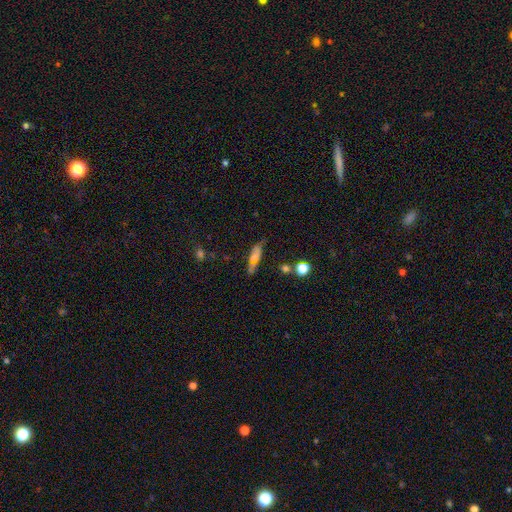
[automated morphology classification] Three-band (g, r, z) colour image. It shows a featured or disk galaxy (43%, tied with smooth). Merging: none (70%).